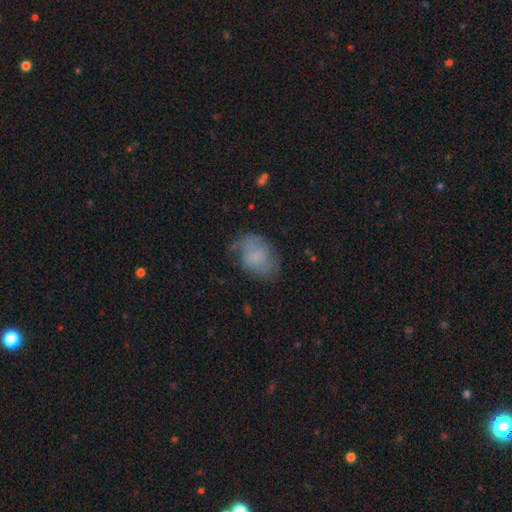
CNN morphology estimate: Smooth or featured?
  - smooth: 63% *
  - featured or disk: 28%
  - star or artifact: 9%
How rounded?
  - in between: 80% *
  - round: 19%
  - cigar-shaped: 1%
Merging?
  - none: 53% *
  - minor disturbance: 30%
  - major disturbance: 15%
  - merger: 2%